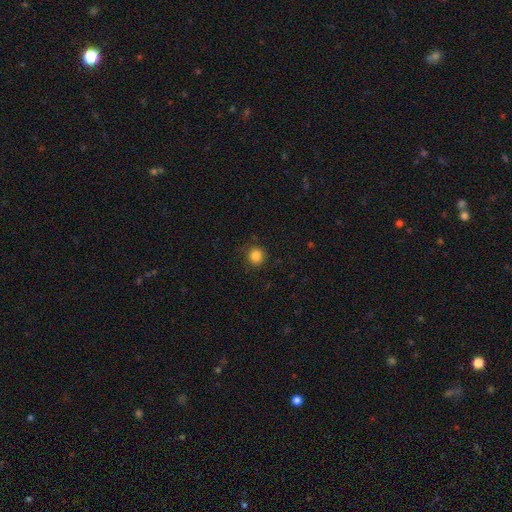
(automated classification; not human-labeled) Overall: smooth (84%). How rounded: round (91%). Merging: none (86%).